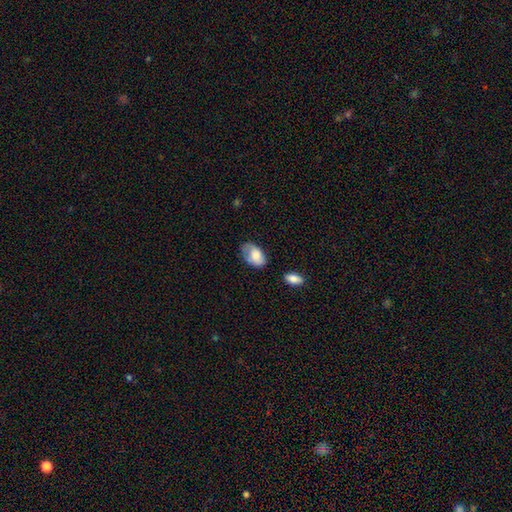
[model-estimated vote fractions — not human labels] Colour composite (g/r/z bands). It shows a smooth galaxy with no disk features (75%) that is in between round and cigar-shaped (91%). Merging: none (50%).